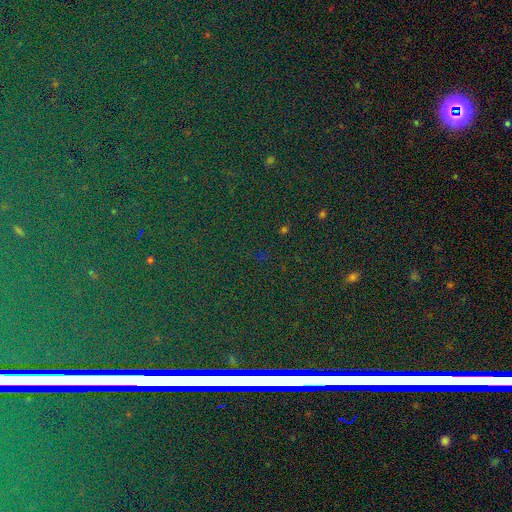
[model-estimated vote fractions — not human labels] Q: Smooth or featured?
A: star or artifact (83%); runner-up: smooth (9%)